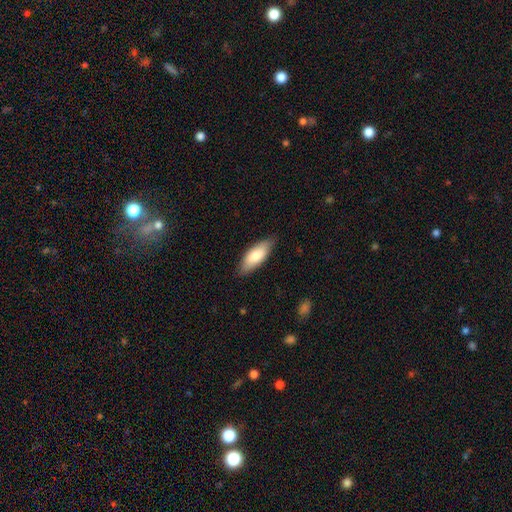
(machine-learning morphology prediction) The model was most divided on "how rounded": in between: 76%, cigar-shaped: 22%, round: 2%. More confident: merging — none (82%); smooth or featured — smooth (80%).